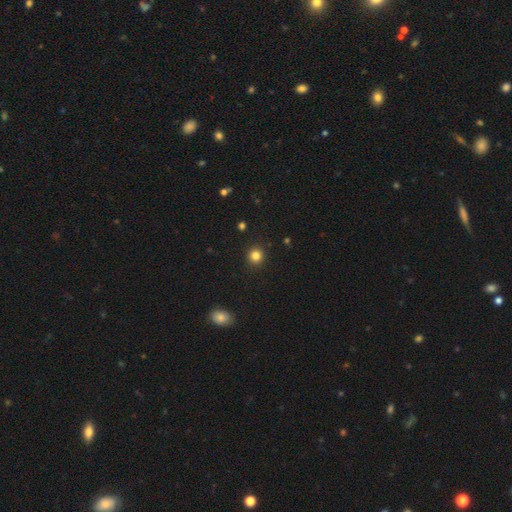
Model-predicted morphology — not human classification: This appears to be a smooth galaxy with no disk features (83%) that is round (92%). Merging: none (92%).